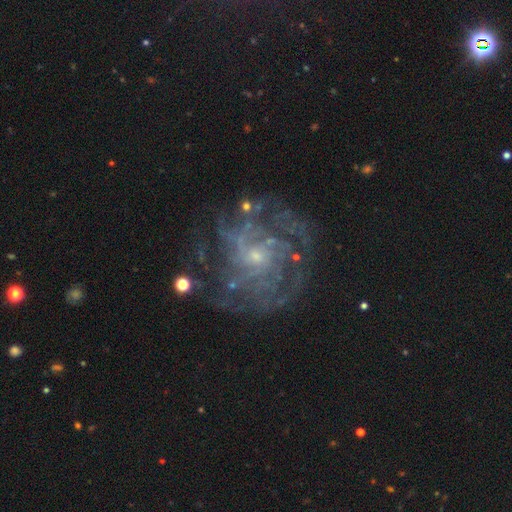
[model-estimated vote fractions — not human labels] This is clearly a featured or disk galaxy (83%). It is clearly not viewed edge-on (98%). Bar: likely no (72%). Spiral arm pattern: clearly yes (88%). Spiral arm count: marginally can't tell (39%). Spiral winding: possibly tight (58%). Central bulge: likely small (77%). Merging: likely none (71%).